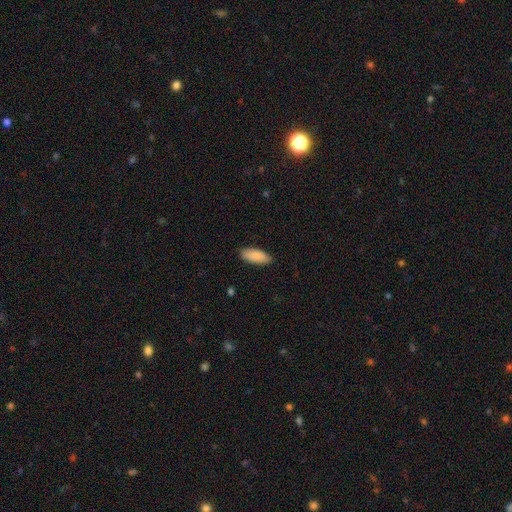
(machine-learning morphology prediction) Smooth or featured? Predicted: smooth (p=0.87). How rounded? Predicted: in between (p=0.81). Merging? Predicted: none (p=0.88).